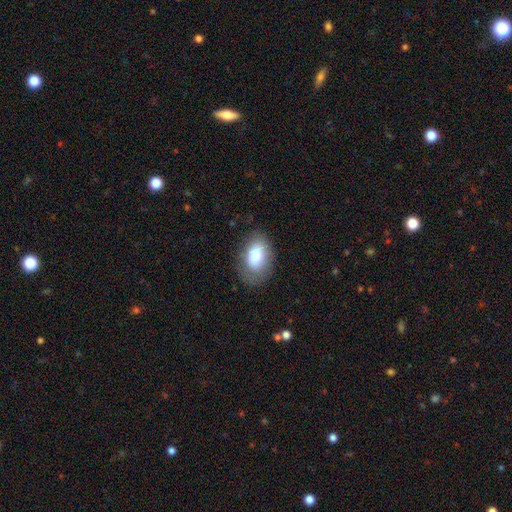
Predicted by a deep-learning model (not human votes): Smooth or featured?
  - smooth: 82% *
  - featured or disk: 11%
  - star or artifact: 7%
How rounded?
  - in between: 90% *
  - round: 8%
  - cigar-shaped: 1%
Merging?
  - none: 74% *
  - minor disturbance: 18%
  - major disturbance: 7%
  - merger: 1%